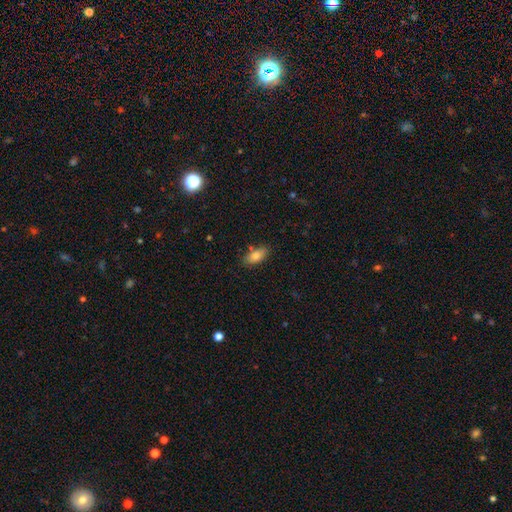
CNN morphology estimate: Smooth or featured? smooth (80%)
How rounded? in between (85%)
Merging? none (80%)